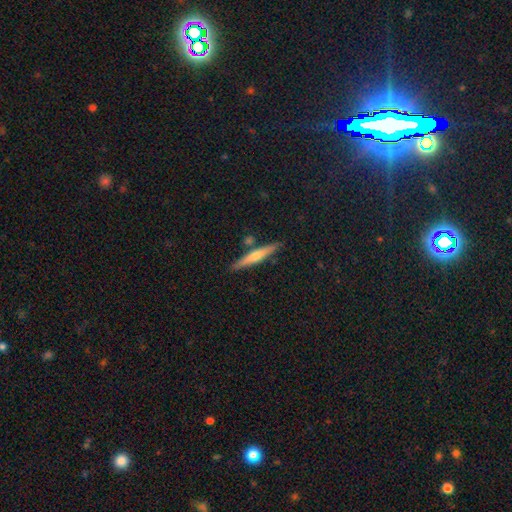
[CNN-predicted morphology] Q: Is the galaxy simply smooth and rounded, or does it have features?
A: featured or disk — 52%.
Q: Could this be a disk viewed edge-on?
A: yes — 96%.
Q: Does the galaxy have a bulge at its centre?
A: rounded — 73%.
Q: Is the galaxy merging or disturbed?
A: none — 85%.